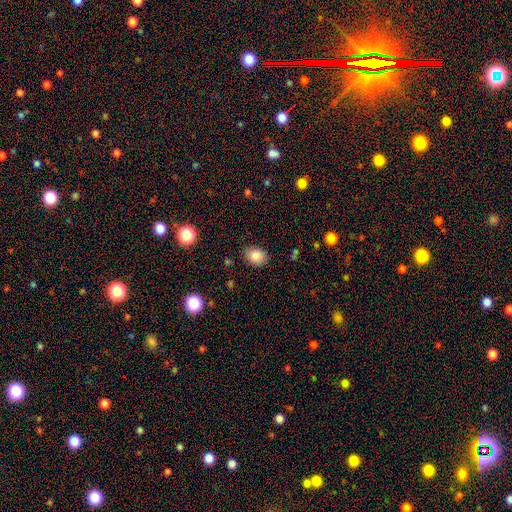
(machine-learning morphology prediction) Smooth or featured? smooth (84%)
How rounded? in between (57%)
Merging? none (84%)